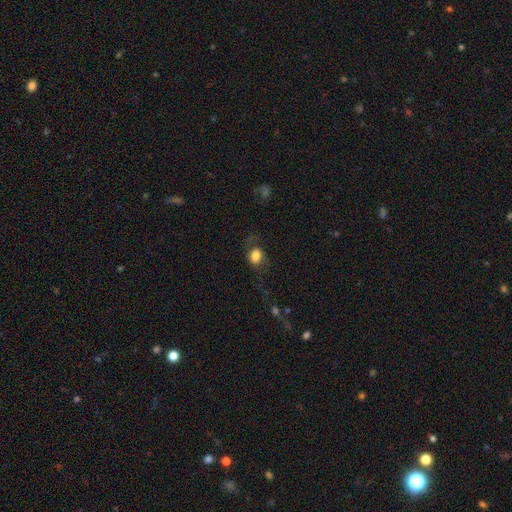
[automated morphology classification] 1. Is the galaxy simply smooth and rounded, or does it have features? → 76% smooth, 15% featured or disk, 9% star or artifact.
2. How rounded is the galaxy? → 53% round, 45% in between, 1% cigar-shaped.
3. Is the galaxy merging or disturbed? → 55% none, 22% major disturbance, 20% minor disturbance, 3% merger.